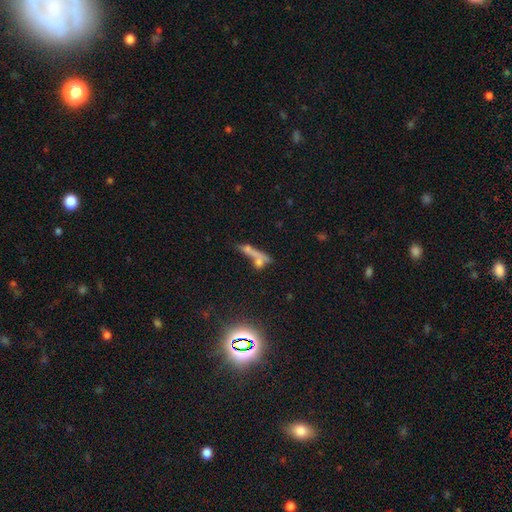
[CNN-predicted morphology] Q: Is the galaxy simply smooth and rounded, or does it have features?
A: smooth — 46%.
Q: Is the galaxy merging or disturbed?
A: merger — 46%.